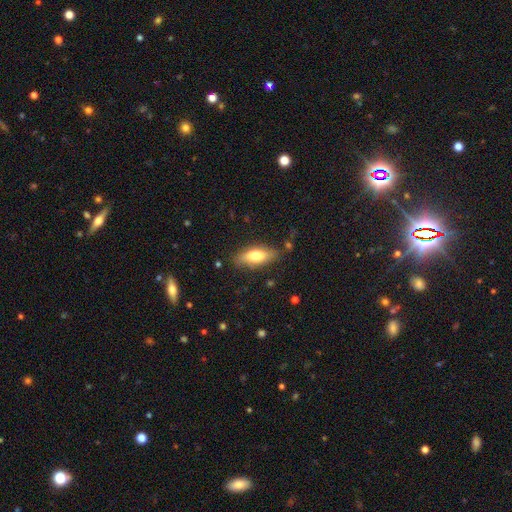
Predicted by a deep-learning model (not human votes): This is likely a smooth galaxy (69%). How rounded: likely in between (72%). Merging: clearly none (82%).